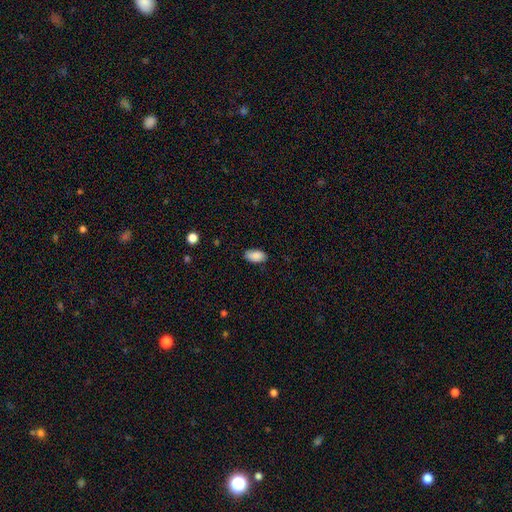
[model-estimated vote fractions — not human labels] A smooth galaxy with no disk features (88%) that is in between round and cigar-shaped (94%).

Vote fractions:
- Smooth or featured? smooth: 88% / star or artifact: 7% / featured or disk: 5%
- How rounded? in between: 94% / round: 3% / cigar-shaped: 2%
- Merging? none: 81% / minor disturbance: 15% / major disturbance: 3% / merger: 1%